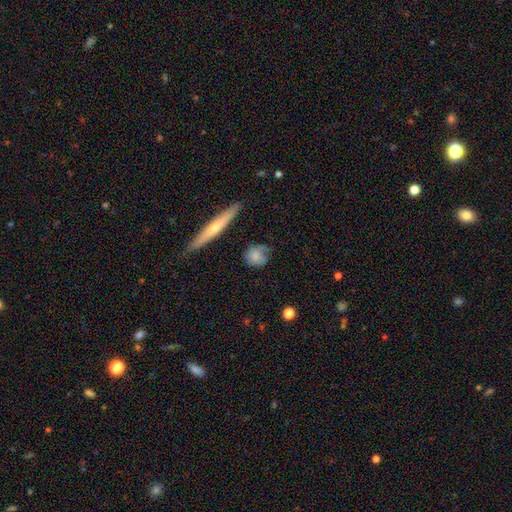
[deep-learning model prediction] Q: Smooth or featured?
A: smooth (67%); runner-up: featured or disk (27%)
Q: How rounded?
A: round (72%); runner-up: in between (21%)
Q: Merging?
A: none (61%); runner-up: minor disturbance (26%)